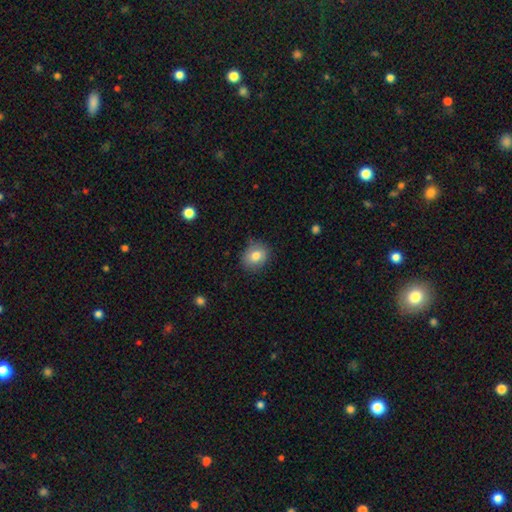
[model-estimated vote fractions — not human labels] Smooth or featured: smooth — 78% (featured or disk — 13%)
How rounded: round — 61% (in between — 38%)
Merging: none — 80% (minor disturbance — 15%)